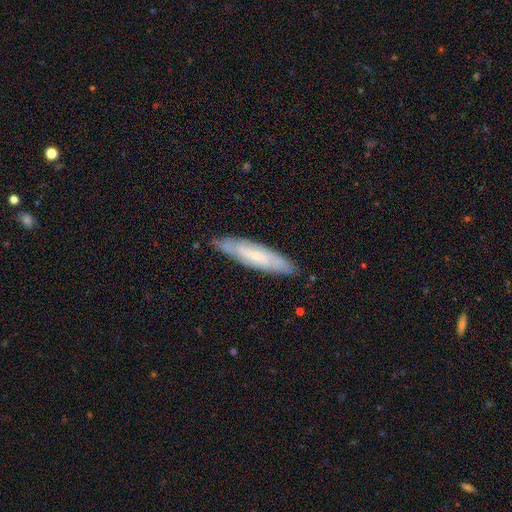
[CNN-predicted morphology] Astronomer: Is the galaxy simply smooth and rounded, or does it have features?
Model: featured or disk — 56% (runner-up: smooth, 37%).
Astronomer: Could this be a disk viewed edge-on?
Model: no — 58% (runner-up: yes, 42%).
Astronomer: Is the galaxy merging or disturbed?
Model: none — 82%.